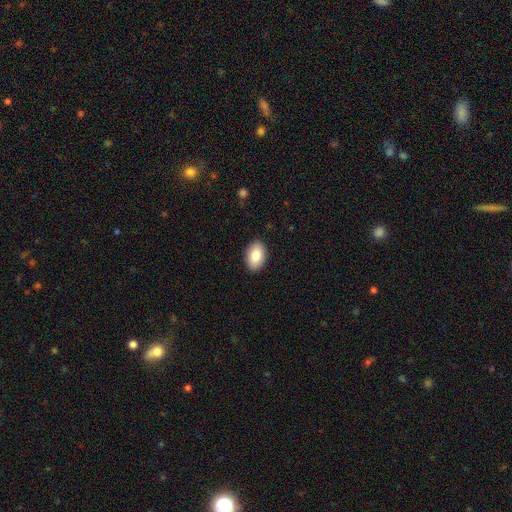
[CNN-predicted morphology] smooth 87%, featured or disk 7%, star or artifact 6%. Down the decision tree: how rounded — in between (91%); merging — none (89%).